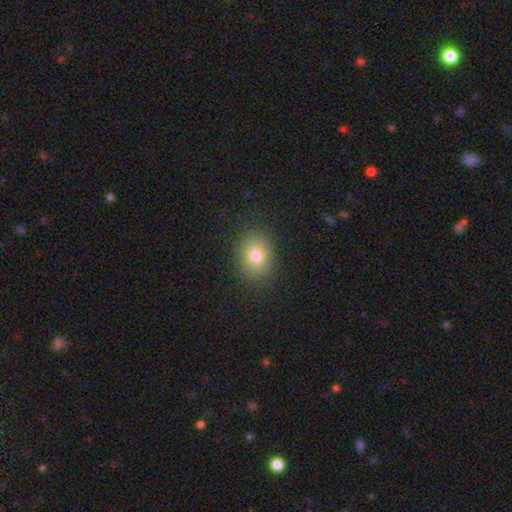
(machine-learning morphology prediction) Overall: smooth (78%). How rounded: in between (53%; round 46%). Merging: none (85%).